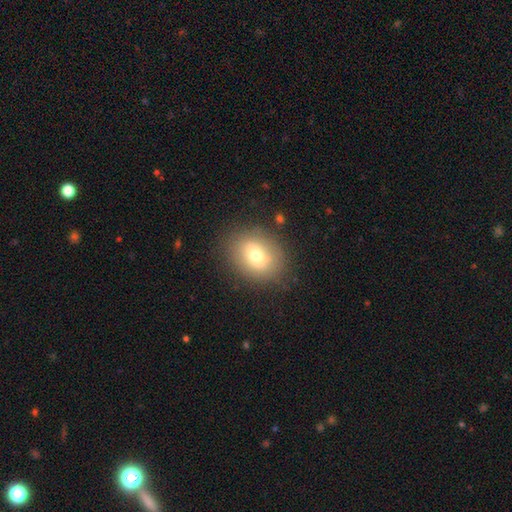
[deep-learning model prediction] This appears to be a smooth galaxy with no disk features (61%) that is round (50%). Merging: none (82%).